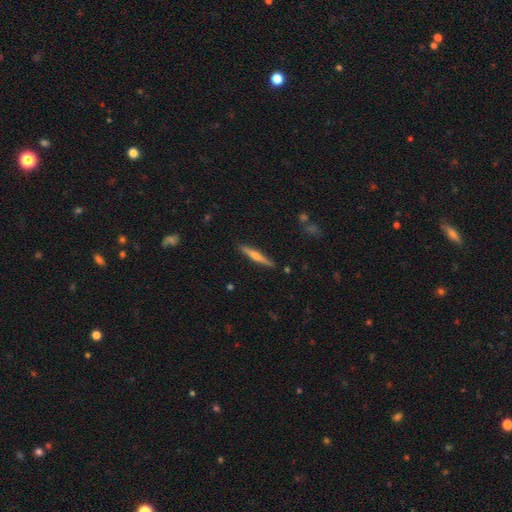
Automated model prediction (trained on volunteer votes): Smooth or featured? featured or disk (67%)
Edge-on disk? yes (98%)
Edge-on bulge? rounded (88%)
Merging? none (91%)